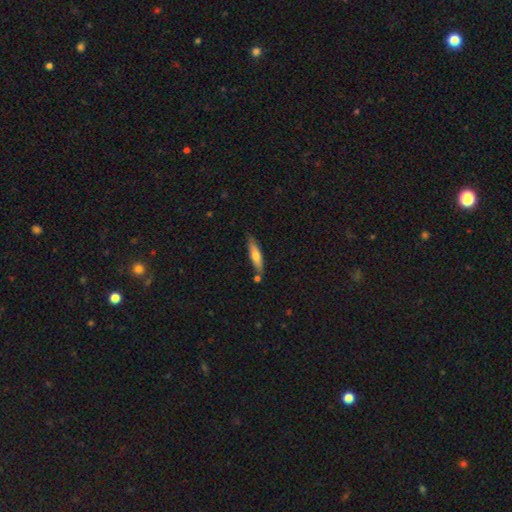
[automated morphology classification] The model was most divided on "smooth or featured": smooth: 63%, featured or disk: 31%, star or artifact: 6%. More confident: how rounded — cigar-shaped (78%); merging — none (76%).